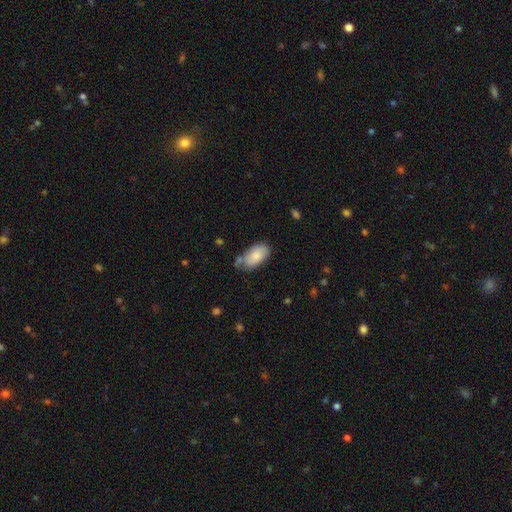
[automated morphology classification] Smooth or featured: smooth — 82% (featured or disk — 12%)
How rounded: in between — 95% (round — 3%)
Merging: none — 61% (minor disturbance — 25%)